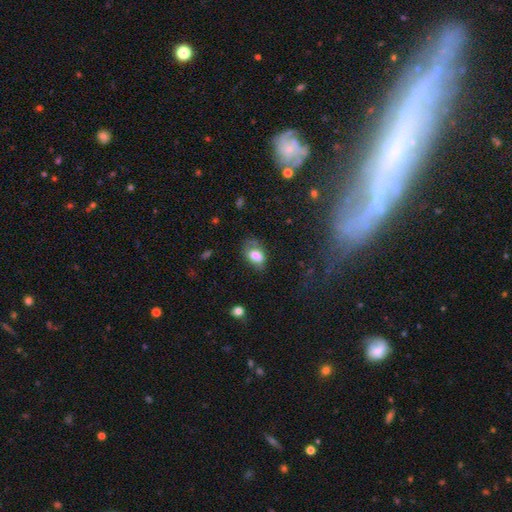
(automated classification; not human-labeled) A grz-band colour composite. It shows a smooth galaxy with no disk features (73%) that is in between round and cigar-shaped (87%). Merging: none (48%).